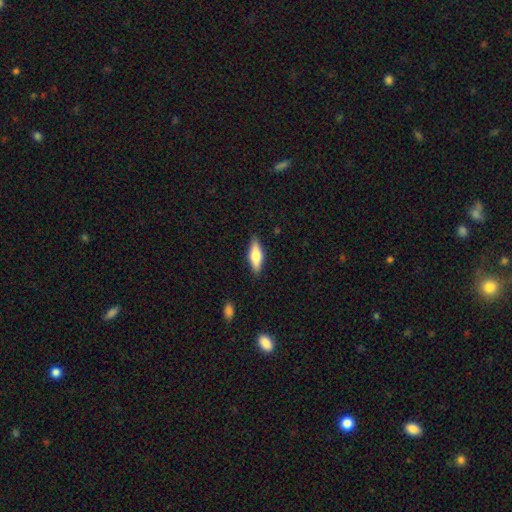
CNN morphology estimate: smooth-or-featured: smooth: 61% | featured or disk: 33% | star or artifact: 6%
  how-rounded: in between: 50% | cigar-shaped: 48% | round: 2%
  merging: none: 86% | minor disturbance: 10% | major disturbance: 2% | merger: 1%